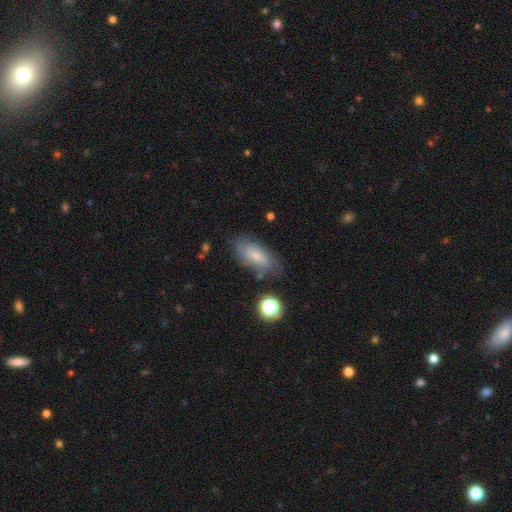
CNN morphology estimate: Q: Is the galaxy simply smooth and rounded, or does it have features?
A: smooth — 65%.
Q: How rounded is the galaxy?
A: in between — 85%.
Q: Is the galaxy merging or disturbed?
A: none — 71%.